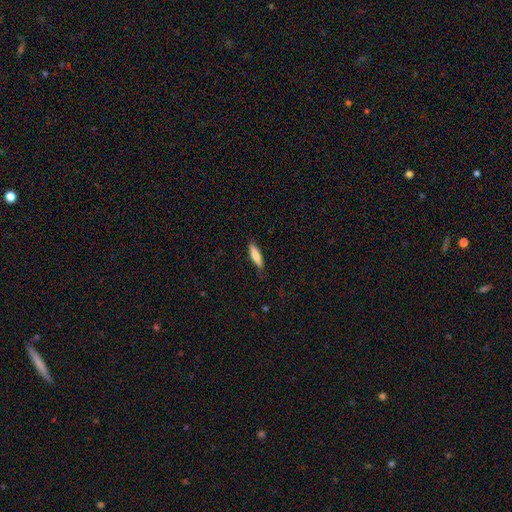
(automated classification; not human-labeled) Smooth or featured? smooth (76%)
How rounded? cigar-shaped (71%)
Merging? none (83%)